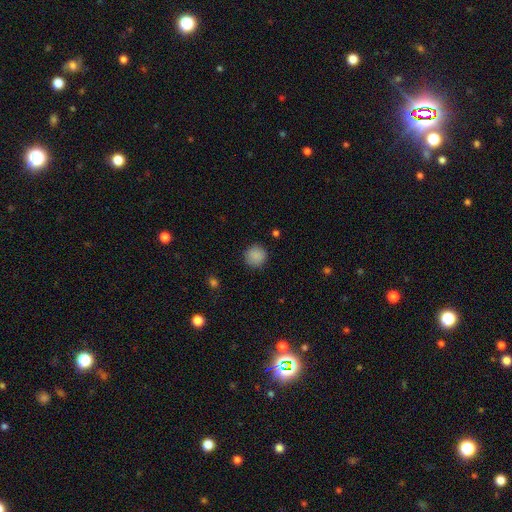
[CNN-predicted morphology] Smooth or featured: smooth — 88% (star or artifact — 9%)
How rounded: round — 94% (in between — 5%)
Merging: none — 89% (minor disturbance — 8%)